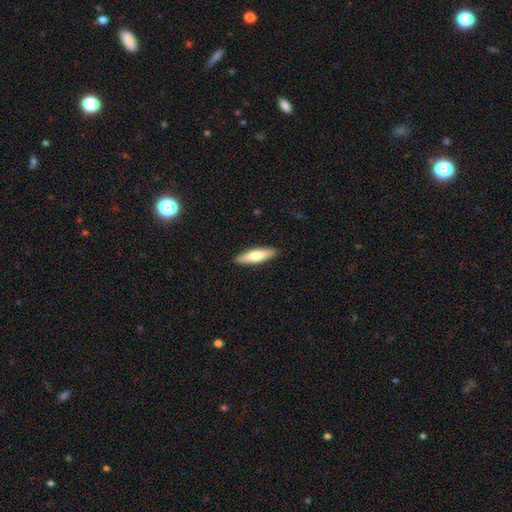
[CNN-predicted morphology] Overall: smooth (62%; featured or disk 33%). How rounded: cigar-shaped (62%; in between 36%). Merging: none (90%).